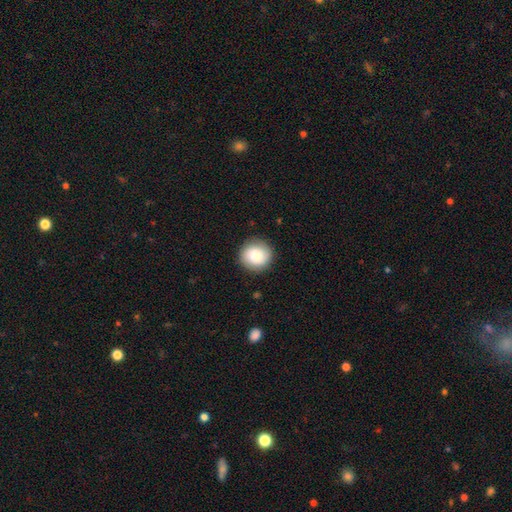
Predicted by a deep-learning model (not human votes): This is clearly a smooth galaxy (80%). How rounded: clearly round (92%). Merging: clearly none (88%).